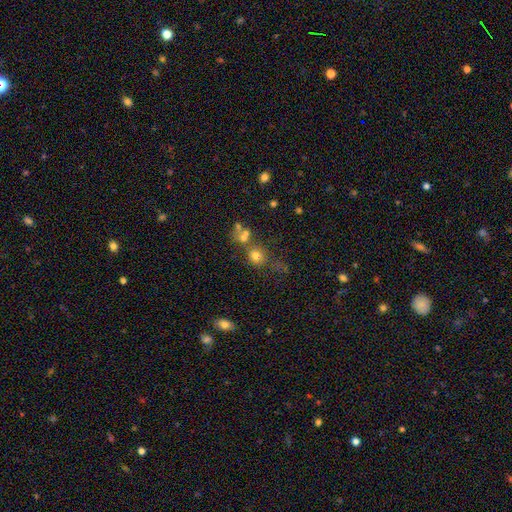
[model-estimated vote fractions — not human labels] smooth-or-featured: smooth: 70% | star or artifact: 17% | featured or disk: 13%
  how-rounded: round: 81% | in between: 17% | cigar-shaped: 1%
  merging: none: 54% | merger: 28% | minor disturbance: 11% | major disturbance: 7%